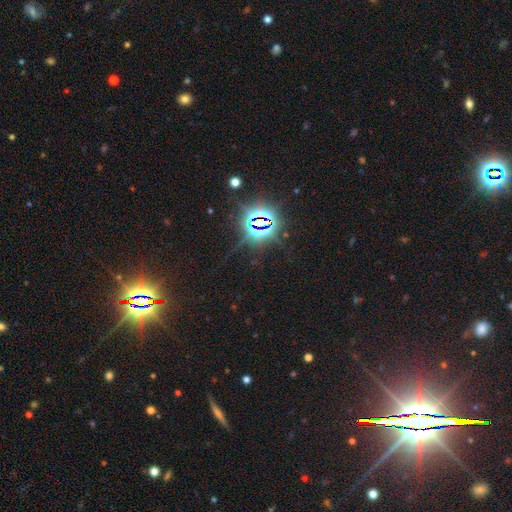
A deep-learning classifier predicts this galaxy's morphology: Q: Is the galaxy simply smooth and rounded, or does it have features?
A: star or artifact — 84%.